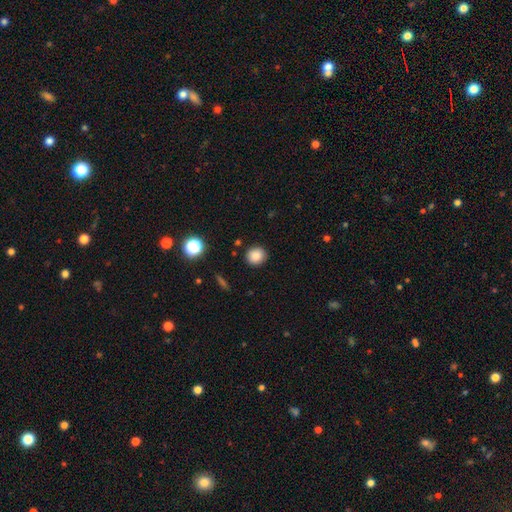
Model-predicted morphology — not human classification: Smooth or featured? Predicted: smooth (p=0.85). How rounded? Predicted: round (p=0.85). Merging? Predicted: none (p=0.89).